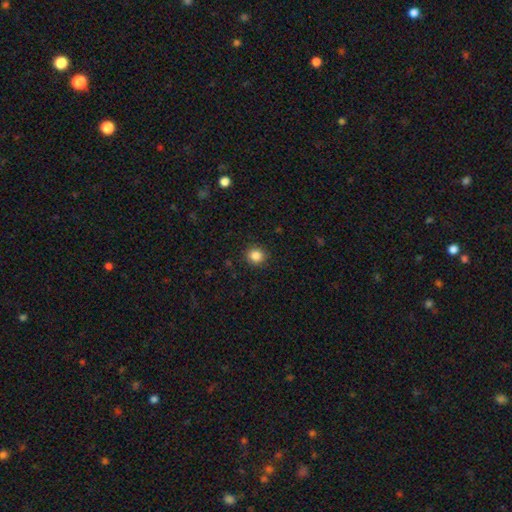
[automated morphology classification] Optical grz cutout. It shows a smooth galaxy with no disk features (86%) that is round (89%). Merging: none (91%).